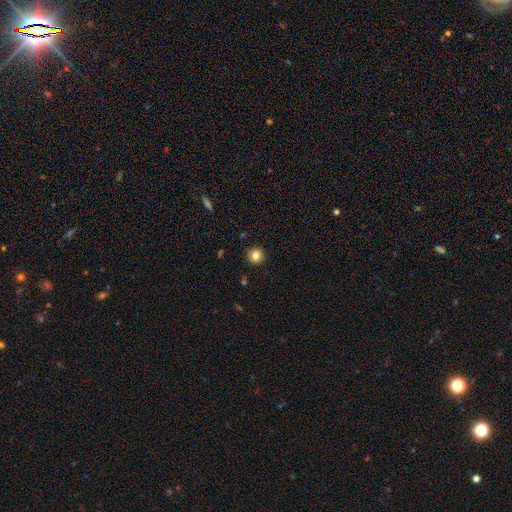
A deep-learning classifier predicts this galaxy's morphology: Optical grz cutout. It shows a smooth galaxy with no disk features (83%) that is round (93%). Merging: none (92%).